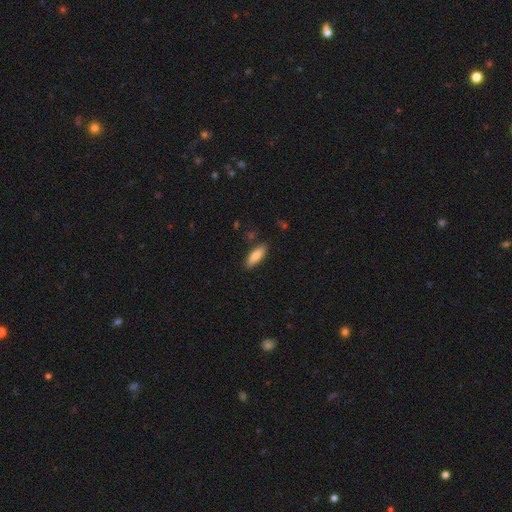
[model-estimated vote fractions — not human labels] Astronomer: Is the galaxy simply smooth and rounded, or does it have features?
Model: smooth — 76%.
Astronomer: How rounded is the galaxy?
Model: in between — 54% (runner-up: cigar-shaped, 44%).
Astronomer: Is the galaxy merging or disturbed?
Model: none — 85%.